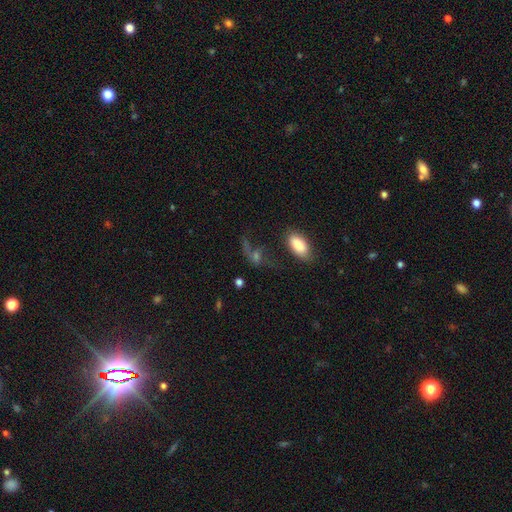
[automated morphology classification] type=smooth (42%); merging=none (43%).